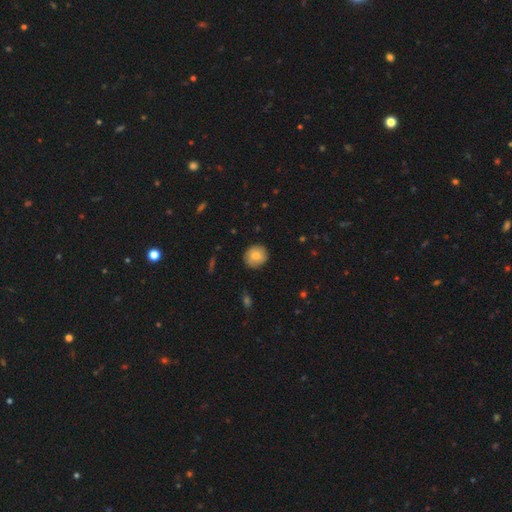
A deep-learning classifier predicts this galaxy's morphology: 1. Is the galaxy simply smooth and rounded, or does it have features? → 74% smooth, 18% featured or disk, 8% star or artifact.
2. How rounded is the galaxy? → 89% round, 10% in between, 1% cigar-shaped.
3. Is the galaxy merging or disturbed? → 85% none, 12% minor disturbance, 2% major disturbance, 1% merger.